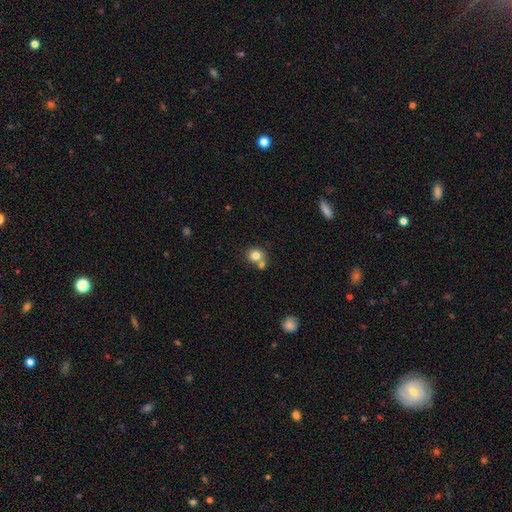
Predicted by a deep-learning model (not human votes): A smooth galaxy with no disk features (80%) that is round (81%).

Vote fractions:
- Smooth or featured? smooth: 80% / star or artifact: 11% / featured or disk: 9%
- How rounded? round: 81% / in between: 19% / cigar-shaped: 1%
- Merging? none: 56% / merger: 32% / minor disturbance: 9% / major disturbance: 3%